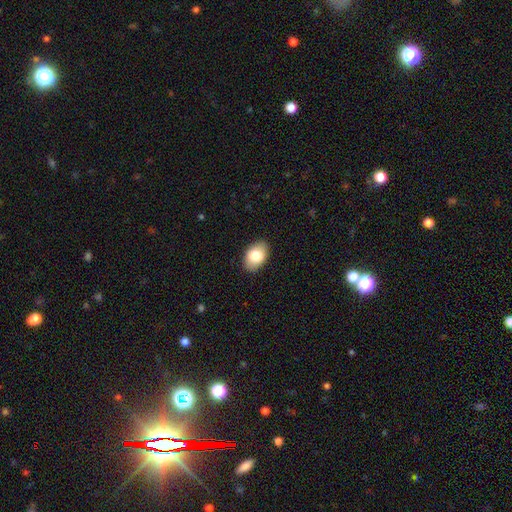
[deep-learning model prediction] smooth_or_featured: smooth (p=0.79) [alt: featured or disk p=0.14]
how_rounded: in between (p=0.88) [alt: round p=0.11]
merging: none (p=0.87) [alt: minor disturbance p=0.10]